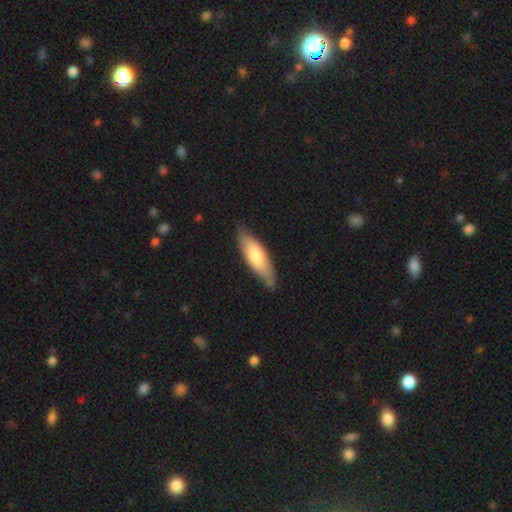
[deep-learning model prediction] The model was most divided on "how rounded": in between: 51%, cigar-shaped: 47%, round: 2%. More confident: merging — none (75%); smooth or featured — smooth (69%).